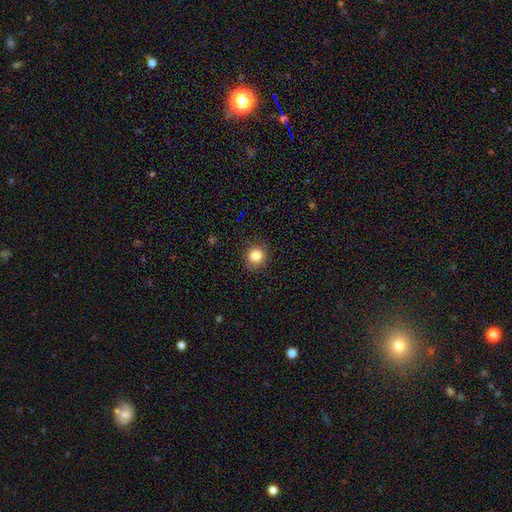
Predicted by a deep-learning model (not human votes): smooth 84%, star or artifact 11%, featured or disk 5%. Down the decision tree: how rounded — round (90%); merging — none (89%).